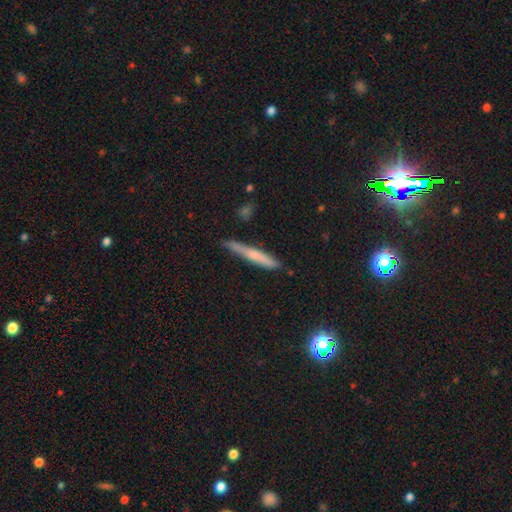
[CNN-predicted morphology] smooth_or_featured: smooth (p=0.58) [alt: featured or disk p=0.34]
how_rounded: cigar-shaped (p=0.94) [alt: in between p=0.04]
merging: none (p=0.81) [alt: minor disturbance p=0.15]